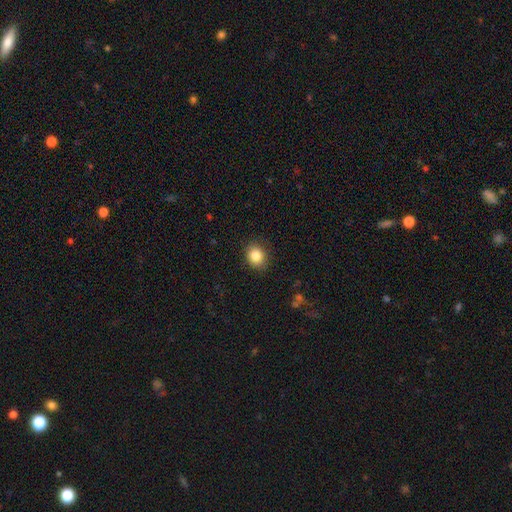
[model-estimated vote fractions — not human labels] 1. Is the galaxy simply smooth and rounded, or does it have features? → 85% smooth, 9% star or artifact, 6% featured or disk.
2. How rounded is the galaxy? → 66% round, 33% in between, 1% cigar-shaped.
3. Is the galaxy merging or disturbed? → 88% none, 9% minor disturbance, 2% major disturbance, 1% merger.